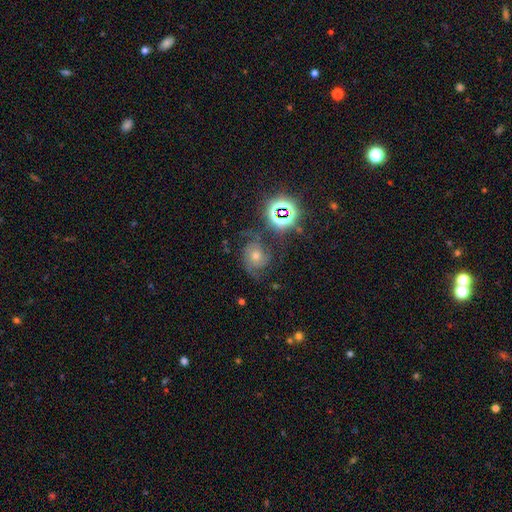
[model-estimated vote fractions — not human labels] Morphology: type=featured or disk (68%); edge-on=no (97%); bar=no (73%); spiral arms=yes (96%); winding=tight (50%); arm count=2 (43%); bulge=moderate (64%); merging=none (71%).